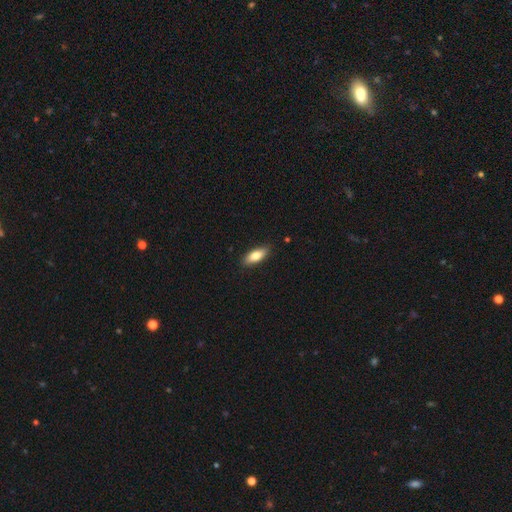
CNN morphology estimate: Smooth or featured: smooth — 78% (featured or disk — 15%)
How rounded: in between — 77% (cigar-shaped — 21%)
Merging: none — 87% (minor disturbance — 10%)